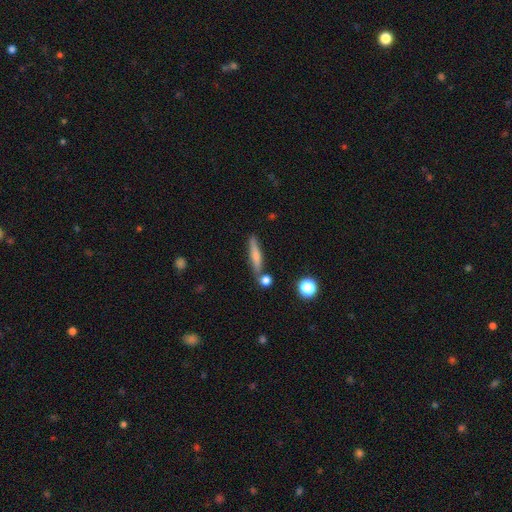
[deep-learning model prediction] A smooth galaxy with no disk features (62%) that is cigar-shaped (86%).

Vote fractions:
- Smooth or featured? smooth: 62% / featured or disk: 30% / star or artifact: 8%
- How rounded? cigar-shaped: 86% / in between: 11% / round: 3%
- Merging? none: 75% / minor disturbance: 12% / merger: 10% / major disturbance: 3%